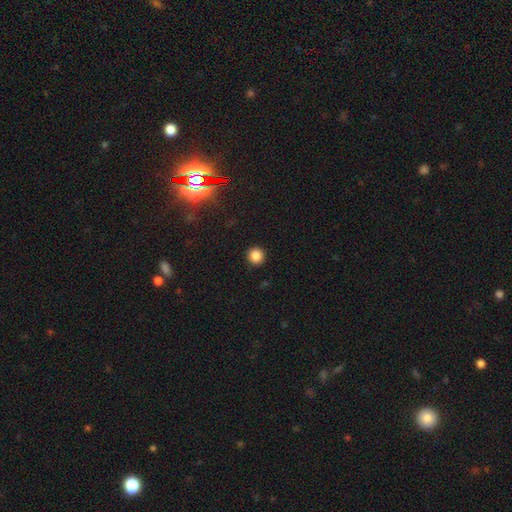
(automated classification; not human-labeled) Morphology: type=smooth (85%); roundness=round (93%); merging=none (92%).